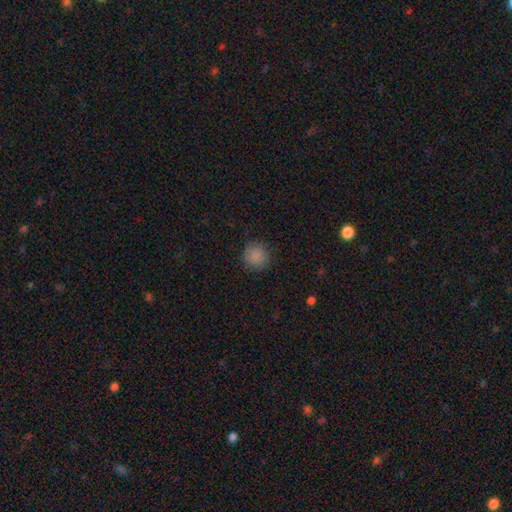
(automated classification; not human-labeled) A smooth galaxy with no disk features (86%) that is round (93%). Merging: none (88%).